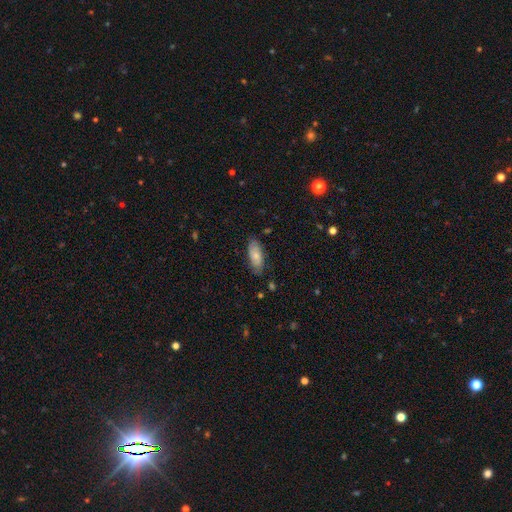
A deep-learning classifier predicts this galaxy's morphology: Q: Smooth or featured?
A: smooth (71%); runner-up: featured or disk (23%)
Q: How rounded?
A: in between (85%); runner-up: cigar-shaped (13%)
Q: Merging?
A: none (78%); runner-up: minor disturbance (17%)